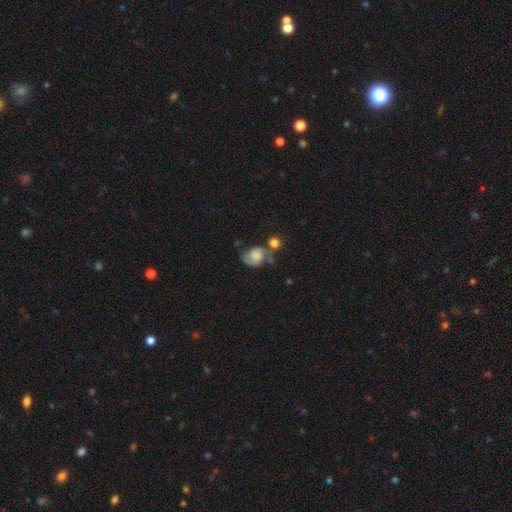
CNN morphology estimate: smooth-or-featured: smooth: 52% | featured or disk: 39% | star or artifact: 9%
  how-rounded: in between: 49% (tied) | round: 49% (tied) | cigar-shaped: 1%
  merging: none: 35% | minor disturbance: 26% | merger: 22% | major disturbance: 18%